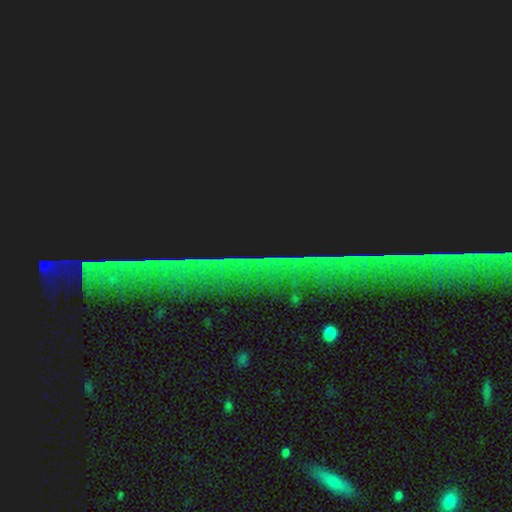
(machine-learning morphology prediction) A star or artifact, not a galaxy (82%).

Vote fractions:
- Smooth or featured? star or artifact: 82% / featured or disk: 9% / smooth: 9%